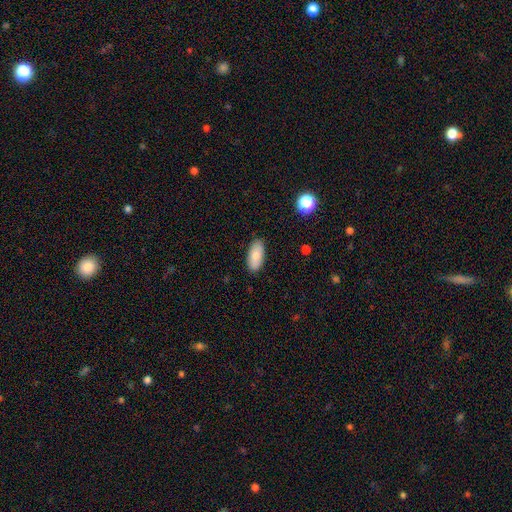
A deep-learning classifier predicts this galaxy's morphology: type=smooth (85%); roundness=in between (90%); merging=none (87%).